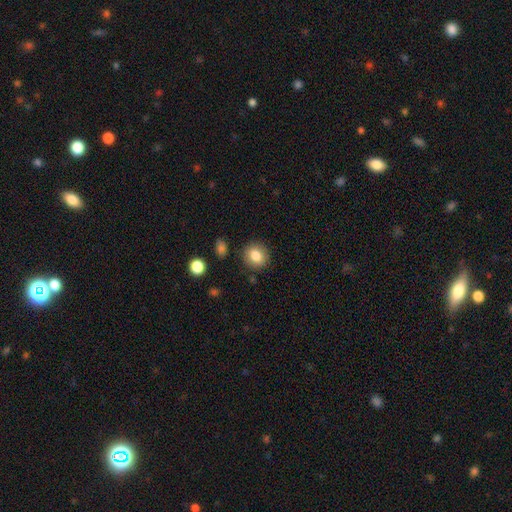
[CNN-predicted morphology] A smooth galaxy with no disk features (83%) that is round (79%). Merging: none (87%).